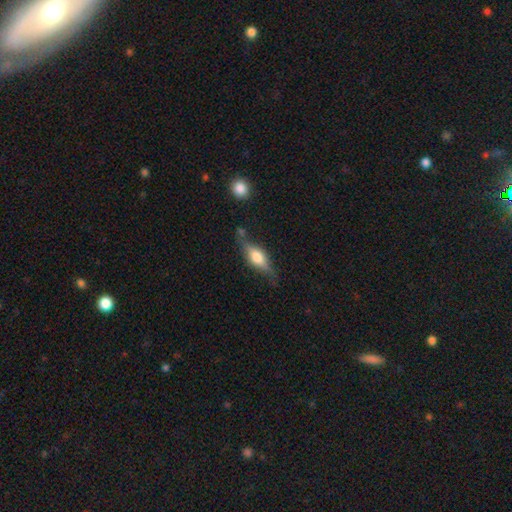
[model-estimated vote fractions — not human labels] smooth_or_featured: featured or disk (p=0.49) [alt: smooth p=0.44]
merging: none (p=0.66) [alt: minor disturbance p=0.22]